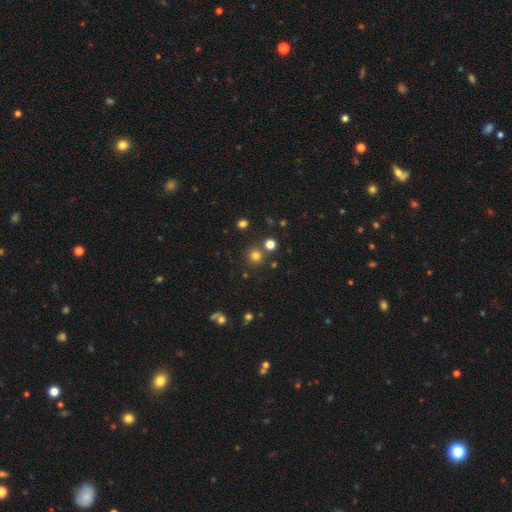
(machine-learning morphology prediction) smooth-or-featured: smooth: 76% | star or artifact: 18% | featured or disk: 6%
  how-rounded: round: 92% | in between: 7% | cigar-shaped: 1%
  merging: none: 80% | merger: 10% | minor disturbance: 7% | major disturbance: 3%